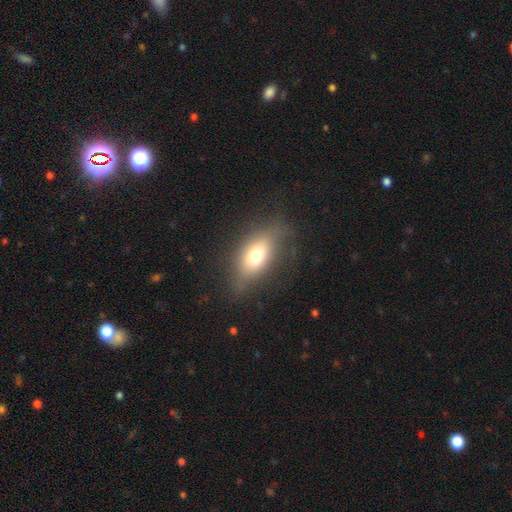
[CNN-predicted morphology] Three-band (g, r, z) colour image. It shows a smooth galaxy with no disk features (65%) that is in between round and cigar-shaped (80%). Merging: none (67%).